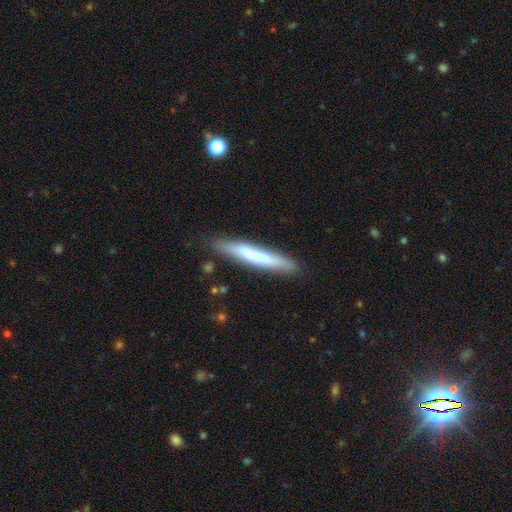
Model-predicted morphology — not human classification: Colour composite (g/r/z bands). It shows a smooth galaxy with no disk features (61%) that is cigar-shaped (93%). Merging: none (81%).